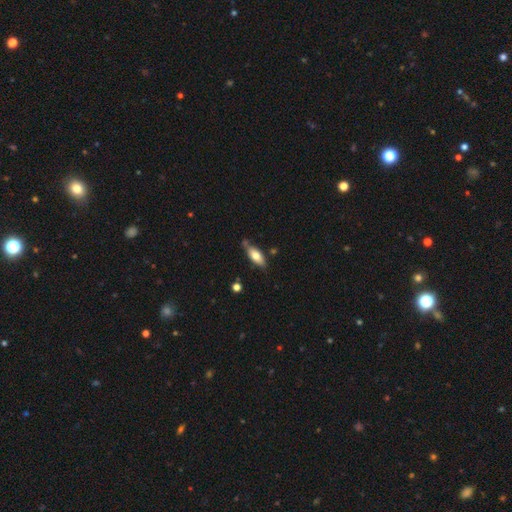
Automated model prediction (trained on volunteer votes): Smooth or featured? Predicted: smooth (p=0.70). How rounded? Predicted: in between (p=0.72). Merging? Predicted: none (p=0.69).